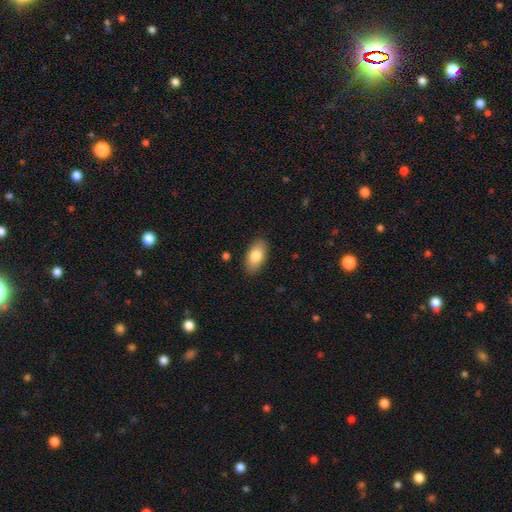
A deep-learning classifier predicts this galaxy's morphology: smooth_or_featured: smooth (p=0.80) [alt: featured or disk p=0.13]
how_rounded: in between (p=0.92) [alt: cigar-shaped p=0.04]
merging: none (p=0.88) [alt: minor disturbance p=0.09]